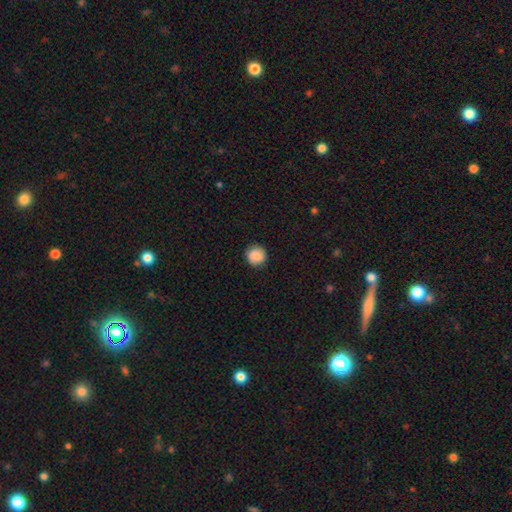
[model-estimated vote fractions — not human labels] smooth_or_featured: smooth (p=0.82) [alt: featured or disk p=0.10]
how_rounded: round (p=0.92) [alt: in between p=0.07]
merging: none (p=0.87) [alt: minor disturbance p=0.10]